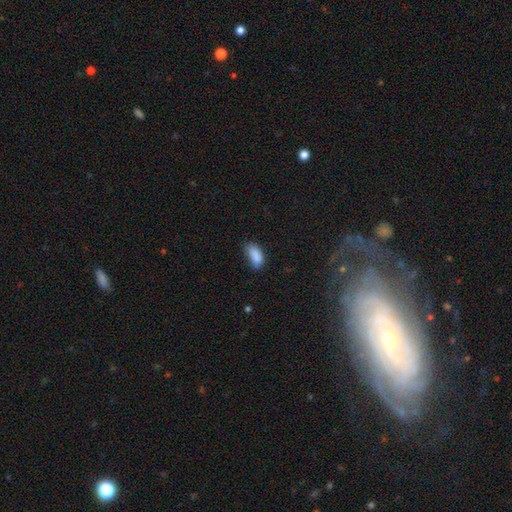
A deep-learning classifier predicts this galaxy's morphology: Overall: smooth (85%). How rounded: in between (87%). Merging: none (53%; minor disturbance 35%).